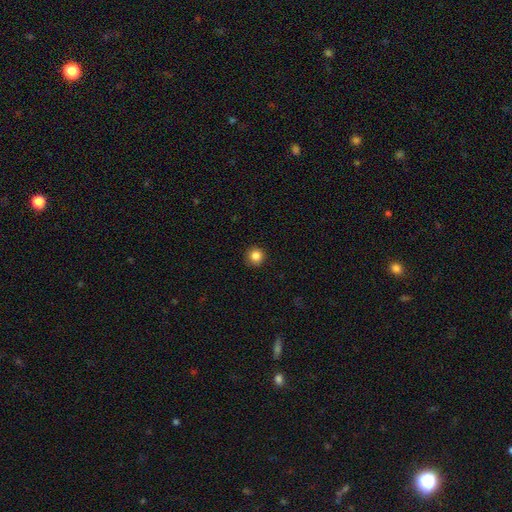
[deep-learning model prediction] smooth-or-featured: smooth: 85% | star or artifact: 11% | featured or disk: 4%
  how-rounded: round: 95% | in between: 4% | cigar-shaped: 1%
  merging: none: 90% | minor disturbance: 7% | major disturbance: 2% | merger: 1%